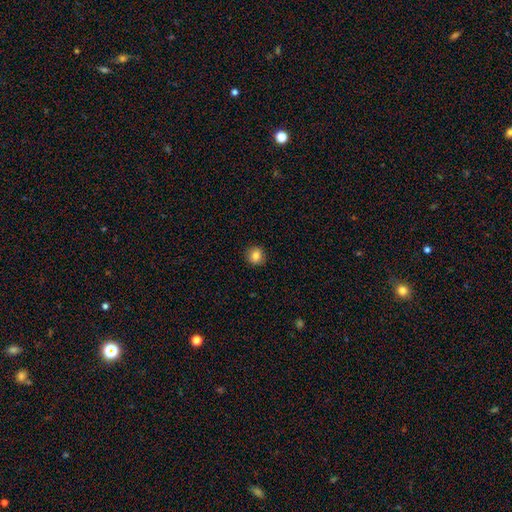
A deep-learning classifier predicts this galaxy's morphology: Smooth or featured: smooth — 84% (star or artifact — 10%)
How rounded: round — 89% (in between — 10%)
Merging: none — 90% (minor disturbance — 7%)